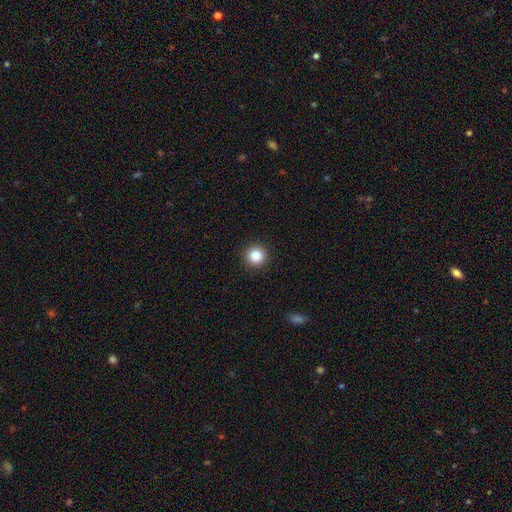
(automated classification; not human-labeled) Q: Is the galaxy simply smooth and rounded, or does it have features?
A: smooth — 86%.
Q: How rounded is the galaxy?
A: round — 95%.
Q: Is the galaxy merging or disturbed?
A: none — 92%.